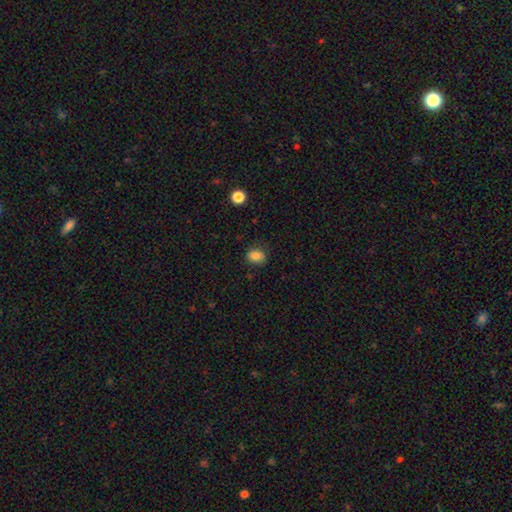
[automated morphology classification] type=smooth (83%); roundness=in between (54%); merging=none (83%).